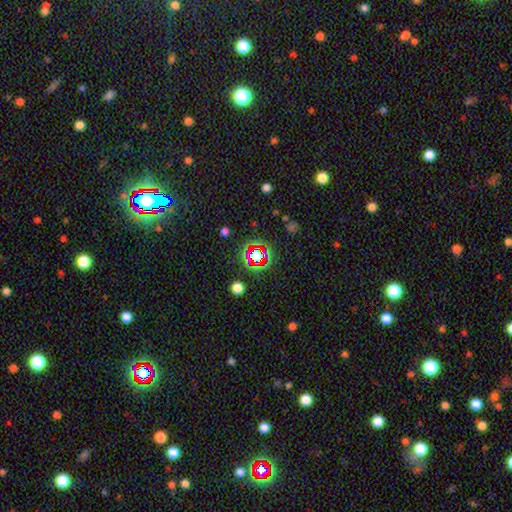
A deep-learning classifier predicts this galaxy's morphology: smooth-or-featured: star or artifact: 66% | smooth: 22% | featured or disk: 12%